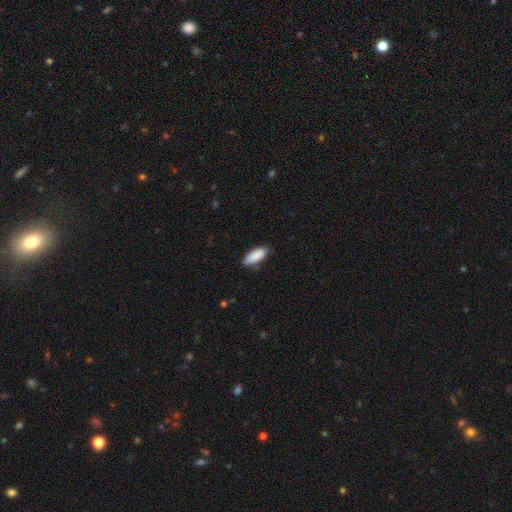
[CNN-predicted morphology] Overall: smooth (90%). How rounded: in between (74%). Merging: none (80%).